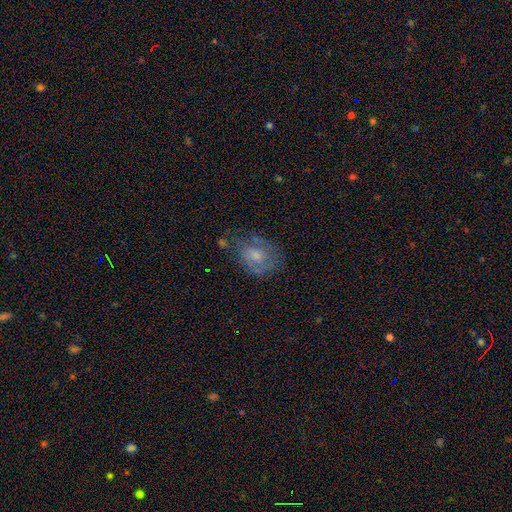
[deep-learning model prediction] Smooth or featured? featured or disk (49%)
Merging? none (54%)